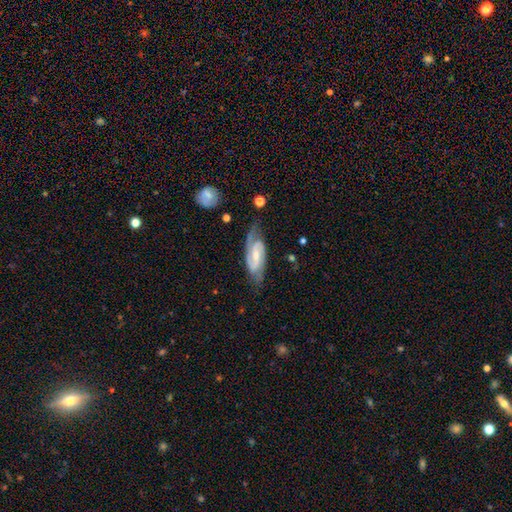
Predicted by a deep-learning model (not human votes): This is clearly a featured or disk galaxy (86%). It is clearly not viewed edge-on (94%). Bar: possibly weak (48%). Spiral arm pattern: clearly yes (97%). Spiral arm count: clearly 2 (88%). Spiral winding: possibly medium (50%). Central bulge: possibly small (53%). Merging: likely none (68%).